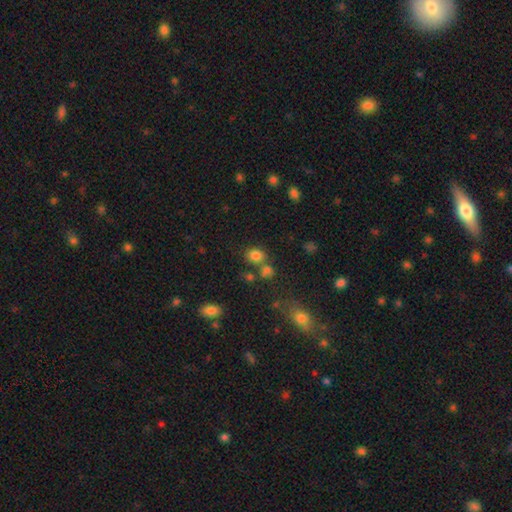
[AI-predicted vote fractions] A smooth galaxy with no disk features (79%) that is in between round and cigar-shaped (55%). Merging: none (60%).